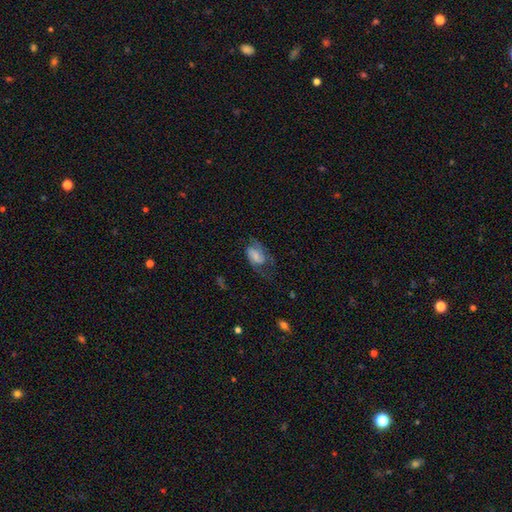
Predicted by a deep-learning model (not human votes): smooth_or_featured: featured or disk (p=0.47) [alt: smooth p=0.45]
merging: none (p=0.36) [tied with: major disturbance p=0.36]